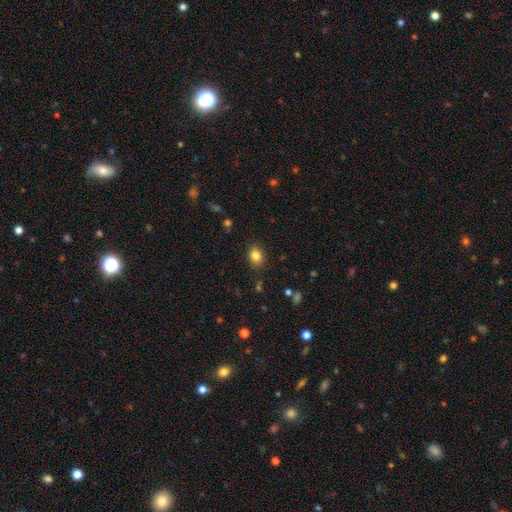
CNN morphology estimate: Smooth or featured? smooth (83%)
How rounded? in between (64%)
Merging? none (86%)